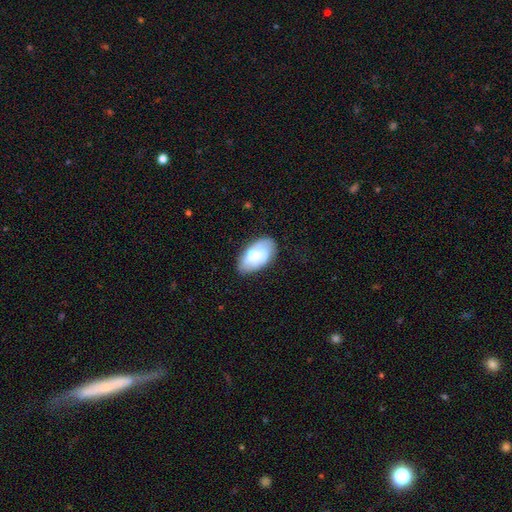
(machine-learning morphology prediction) This is likely a smooth galaxy (61%). How rounded: clearly in between (94%). Merging: likely none (68%).